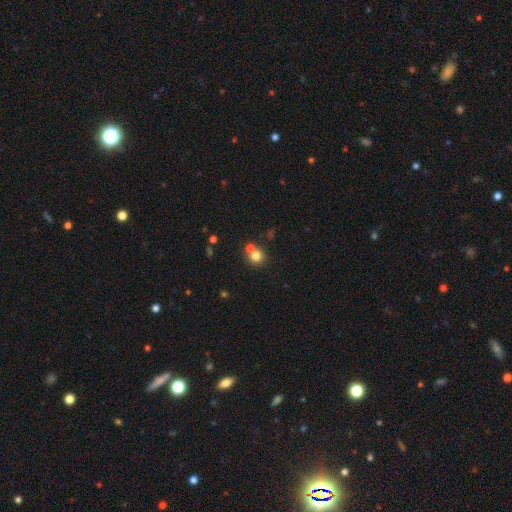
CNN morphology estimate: smooth-or-featured: smooth: 77% | star or artifact: 13% | featured or disk: 10%
  how-rounded: round: 89% | in between: 10% | cigar-shaped: 1%
  merging: none: 54% | merger: 37% | minor disturbance: 7% | major disturbance: 3%